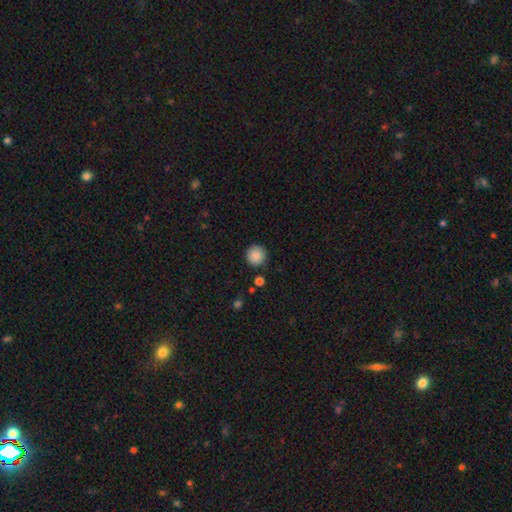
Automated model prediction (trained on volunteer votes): Smooth or featured?
  - smooth: 88% *
  - star or artifact: 8%
  - featured or disk: 4%
How rounded?
  - round: 95% *
  - in between: 4%
  - cigar-shaped: 1%
Merging?
  - none: 89% *
  - minor disturbance: 7%
  - merger: 2%
  - major disturbance: 2%